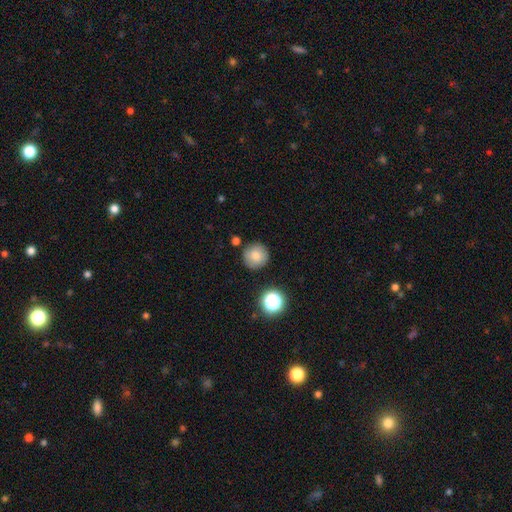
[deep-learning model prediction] Smooth or featured: smooth — 77% (star or artifact — 12%)
How rounded: round — 95% (in between — 4%)
Merging: none — 85% (minor disturbance — 9%)